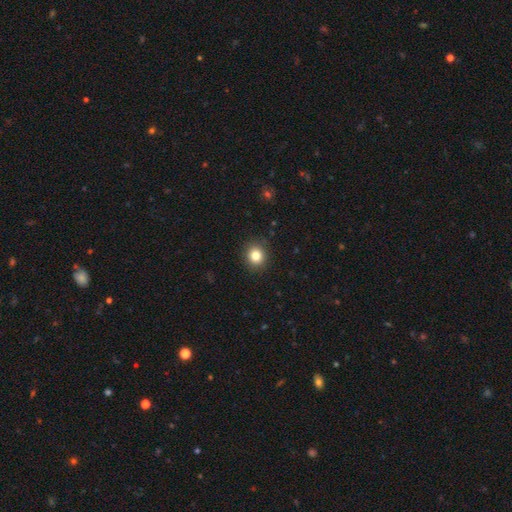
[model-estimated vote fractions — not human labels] Smooth or featured: smooth — 83% (star or artifact — 11%)
How rounded: round — 83% (in between — 16%)
Merging: none — 90% (minor disturbance — 7%)